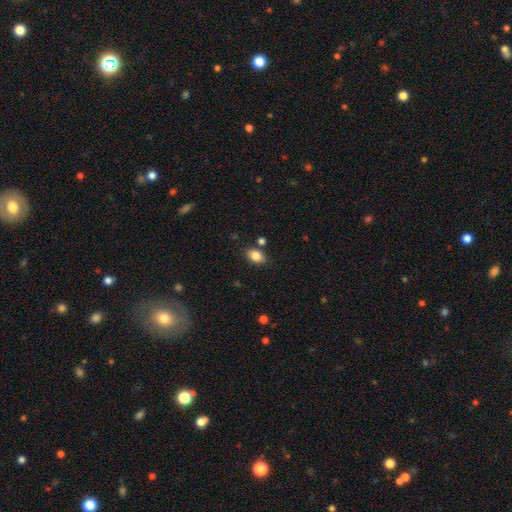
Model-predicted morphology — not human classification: Q: Smooth or featured?
A: smooth (84%); runner-up: star or artifact (9%)
Q: How rounded?
A: in between (79%); runner-up: round (20%)
Q: Merging?
A: none (79%); runner-up: minor disturbance (12%)